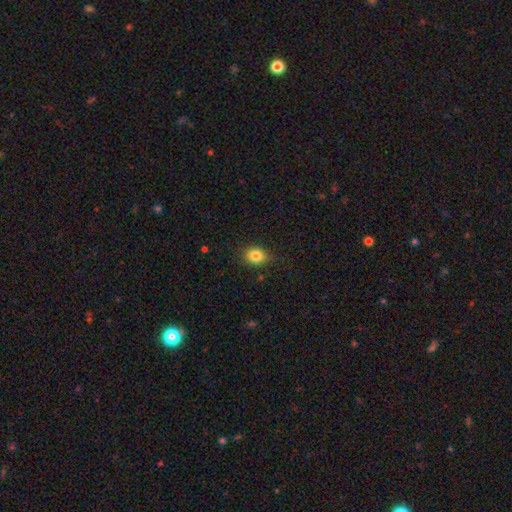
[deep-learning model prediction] A smooth galaxy with no disk features (84%) that is in between round and cigar-shaped (55%). Merging: none (84%).